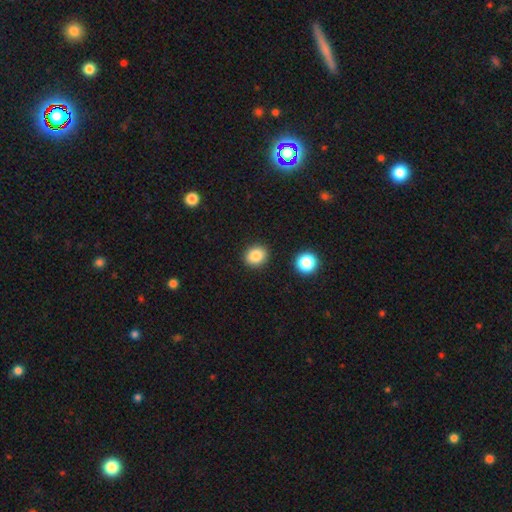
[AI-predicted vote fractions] A smooth galaxy with no disk features (84%) that is round (76%). Merging: none (89%).